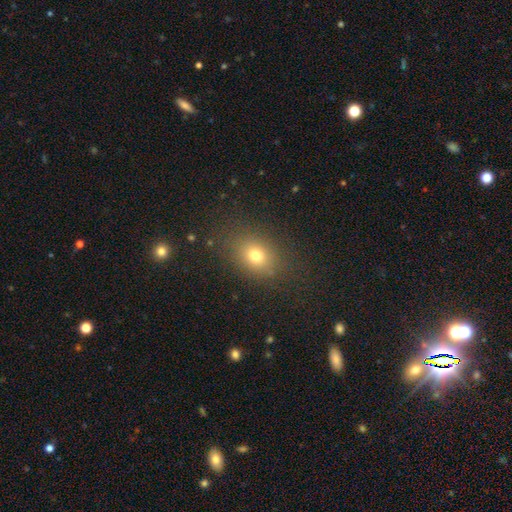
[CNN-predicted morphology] A smooth galaxy with no disk features (75%) that is in between round and cigar-shaped (58%).

Vote fractions:
- Smooth or featured? smooth: 75% / star or artifact: 15% / featured or disk: 10%
- How rounded? in between: 58% / round: 41% / cigar-shaped: 1%
- Merging? none: 82% / minor disturbance: 11% / major disturbance: 5% / merger: 1%